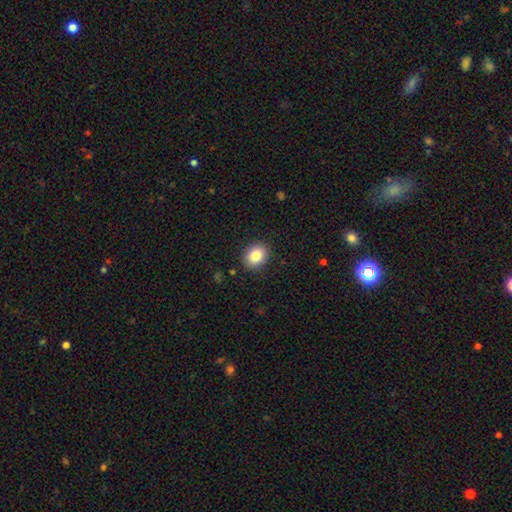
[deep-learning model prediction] Smooth or featured? smooth (84%)
How rounded? round (53%)
Merging? none (89%)